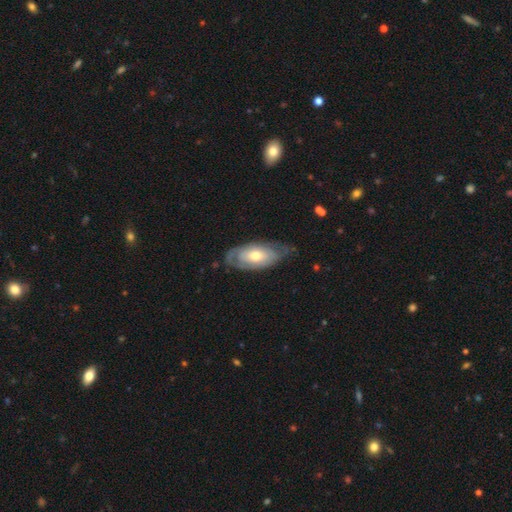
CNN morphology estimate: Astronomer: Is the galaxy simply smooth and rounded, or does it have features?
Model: featured or disk — 56% (runner-up: smooth, 38%).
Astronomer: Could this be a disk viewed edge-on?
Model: no — 86%.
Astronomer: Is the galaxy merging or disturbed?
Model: none — 64%.